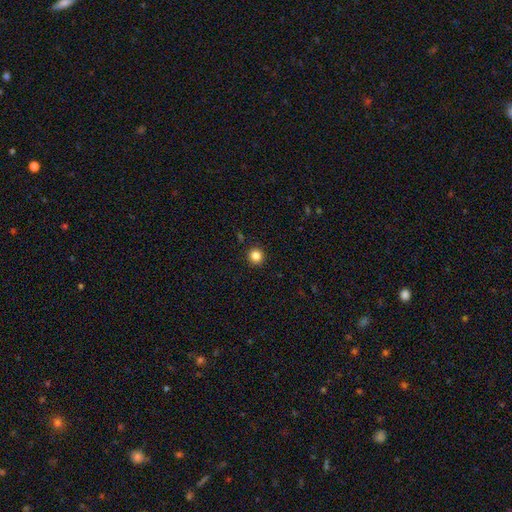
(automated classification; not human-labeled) Q: Smooth or featured?
A: smooth (84%); runner-up: star or artifact (12%)
Q: How rounded?
A: round (93%); runner-up: in between (6%)
Q: Merging?
A: none (92%); runner-up: minor disturbance (5%)